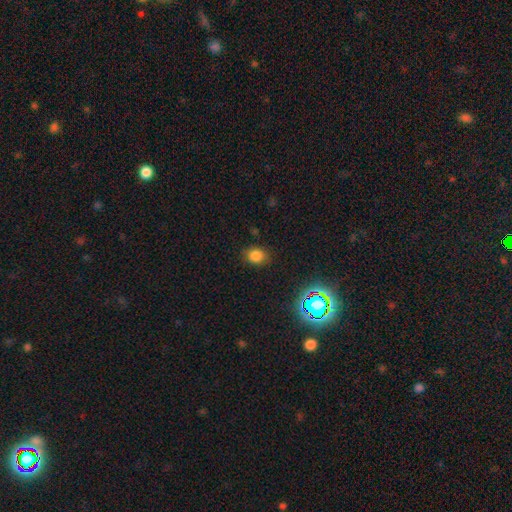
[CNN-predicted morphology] Smooth or featured? smooth (78%)
How rounded? round (57%)
Merging? none (82%)